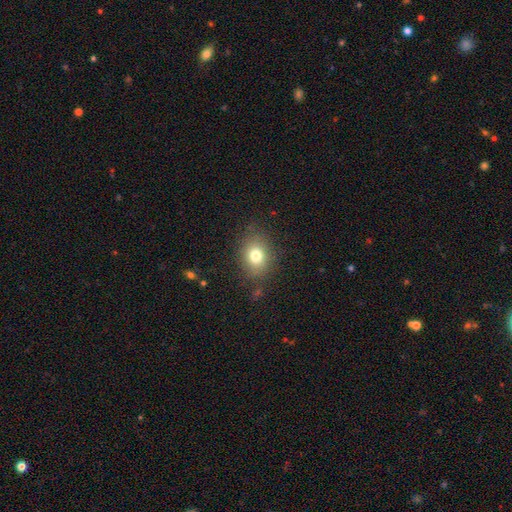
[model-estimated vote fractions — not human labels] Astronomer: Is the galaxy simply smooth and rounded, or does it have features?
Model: smooth — 78%.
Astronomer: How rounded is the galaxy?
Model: in between — 54% (runner-up: round, 45%).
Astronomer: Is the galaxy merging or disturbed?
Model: none — 82%.